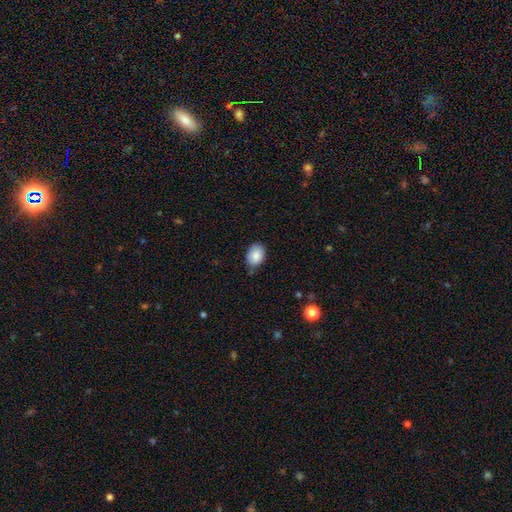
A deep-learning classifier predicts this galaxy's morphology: smooth-or-featured: smooth: 87% | star or artifact: 8% | featured or disk: 5%
  how-rounded: in between: 70% | round: 29% | cigar-shaped: 1%
  merging: none: 72% | minor disturbance: 22% | major disturbance: 3% | merger: 2%